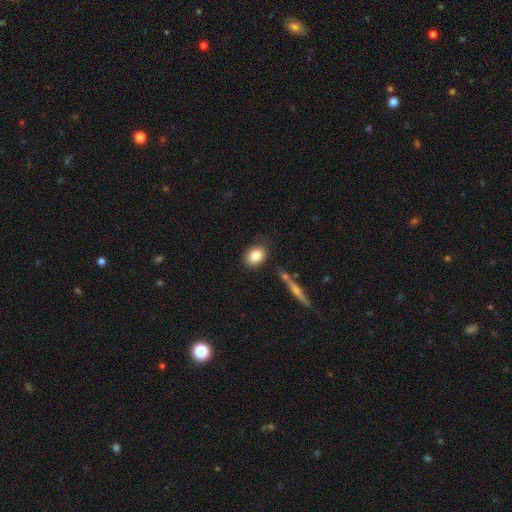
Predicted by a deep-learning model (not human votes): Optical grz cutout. It shows a smooth galaxy with no disk features (84%) that is in between round and cigar-shaped (55%). Merging: none (79%).